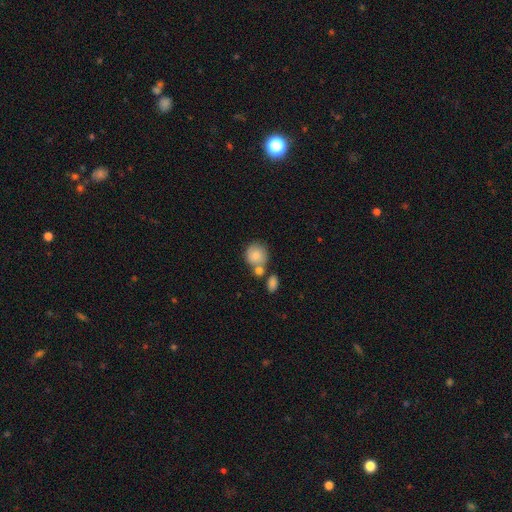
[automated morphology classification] A smooth galaxy with no disk features (80%) that is round (82%).

Vote fractions:
- Smooth or featured? smooth: 80% / featured or disk: 12% / star or artifact: 7%
- How rounded? round: 82% / in between: 17% / cigar-shaped: 1%
- Merging? none: 47% / merger: 35% / minor disturbance: 13% / major disturbance: 5%